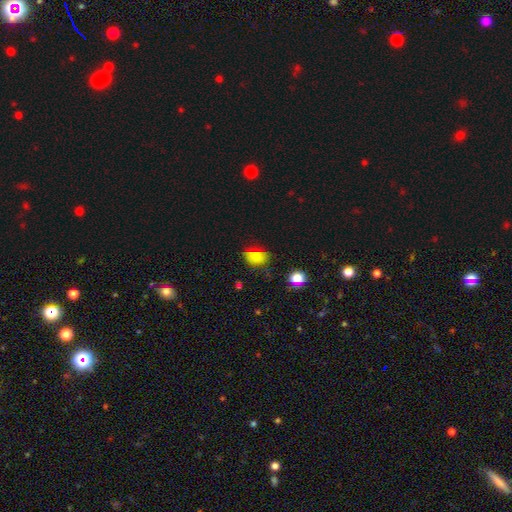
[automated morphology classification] Overall: smooth (70%). How rounded: in between (68%; round 30%). Merging: none (67%).